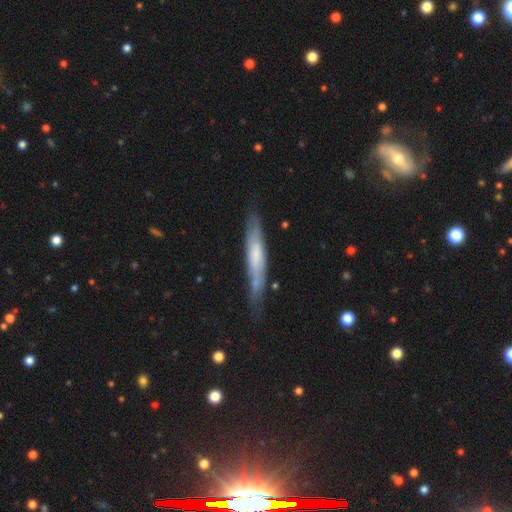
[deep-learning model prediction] A smooth galaxy with no disk features (49%).

Vote fractions:
- Smooth or featured? smooth: 49% / featured or disk: 44% / star or artifact: 6%
- Merging? none: 70% / minor disturbance: 22% / major disturbance: 5% / merger: 3%